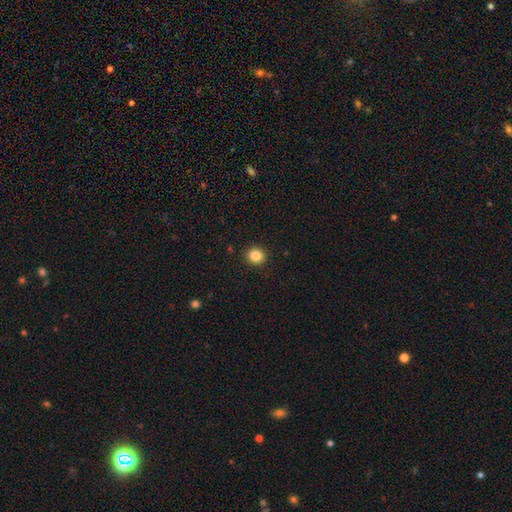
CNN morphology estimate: smooth-or-featured: smooth: 85% | star or artifact: 11% | featured or disk: 5%
  how-rounded: round: 88% | in between: 11% | cigar-shaped: 1%
  merging: none: 92% | minor disturbance: 5% | major disturbance: 2% | merger: 1%